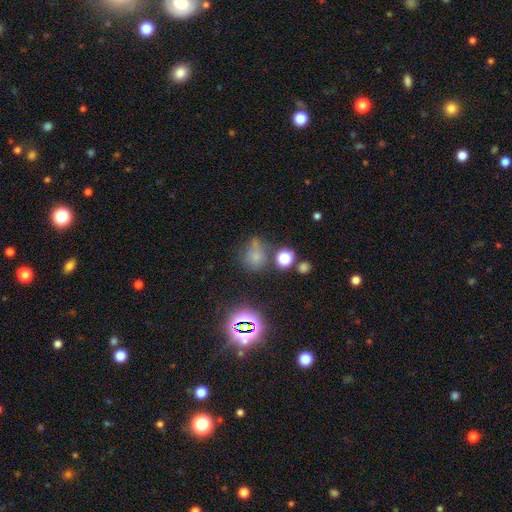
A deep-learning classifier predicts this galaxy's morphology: smooth_or_featured: smooth (p=0.59) [alt: star or artifact p=0.30]
how_rounded: round (p=0.72) [alt: in between p=0.27]
merging: none (p=0.50) [alt: minor disturbance p=0.21]